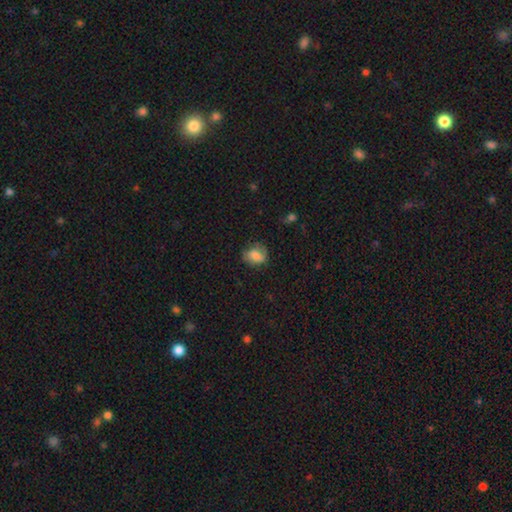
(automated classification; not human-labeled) This appears to be a smooth galaxy with no disk features (74%) that is in between round and cigar-shaped (59%). Merging: none (61%).